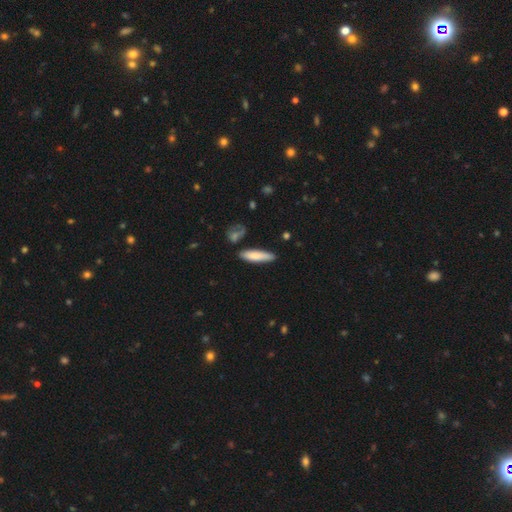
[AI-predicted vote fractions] This appears to be a smooth galaxy with no disk features (79%) that is cigar-shaped (74%). Merging: none (78%).